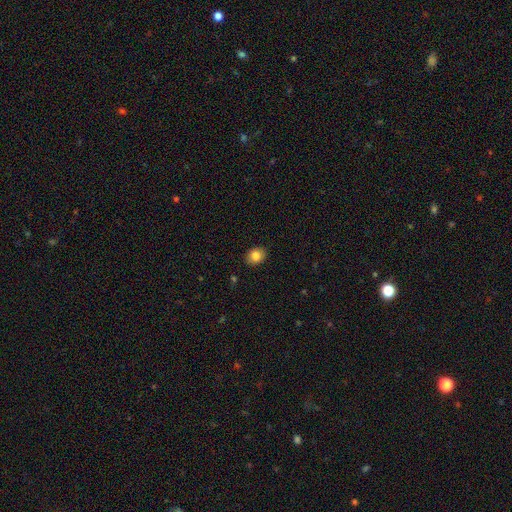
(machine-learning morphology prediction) Smooth or featured? smooth (84%)
How rounded? round (51%)
Merging? none (90%)